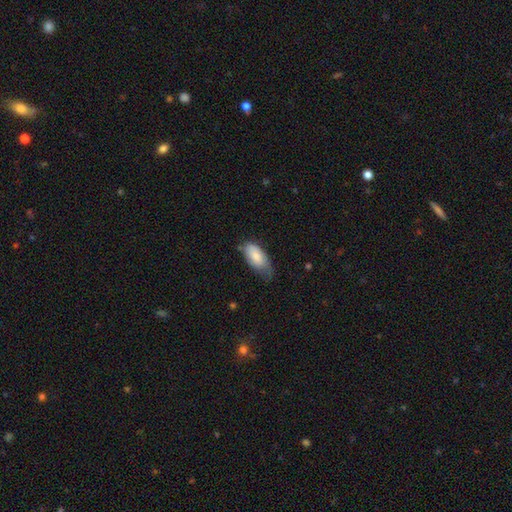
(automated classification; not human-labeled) Smooth or featured: smooth — 78% (featured or disk — 16%)
How rounded: in between — 91% (cigar-shaped — 7%)
Merging: minor disturbance — 44% (none — 38%)